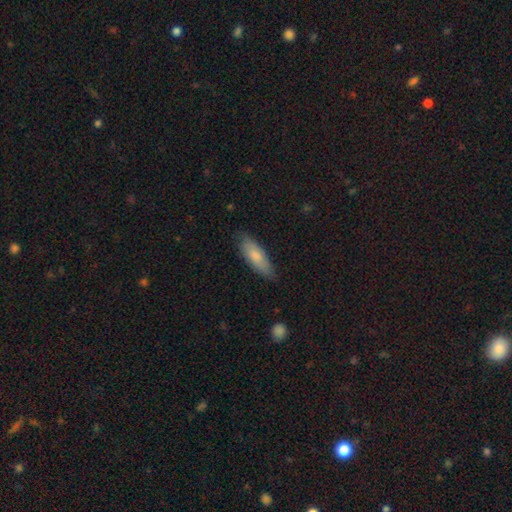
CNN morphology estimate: type=smooth (78%); roundness=in between (56%); merging=none (78%).